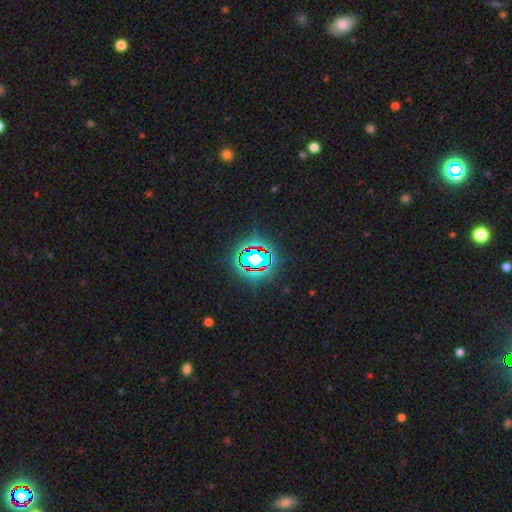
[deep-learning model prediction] Overall: star or artifact (75%).